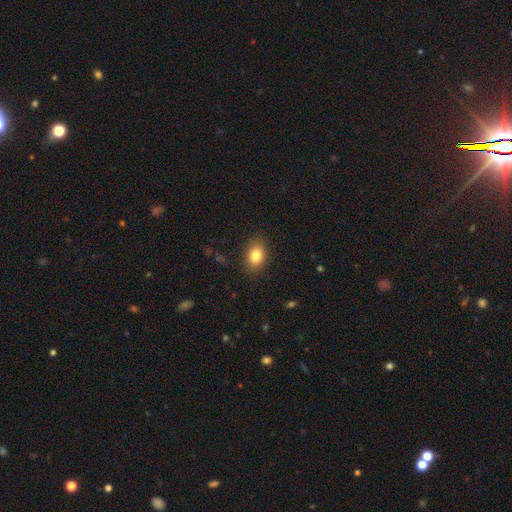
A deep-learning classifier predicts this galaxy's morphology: A smooth galaxy with no disk features (83%) that is in between round and cigar-shaped (78%). Merging: none (85%).